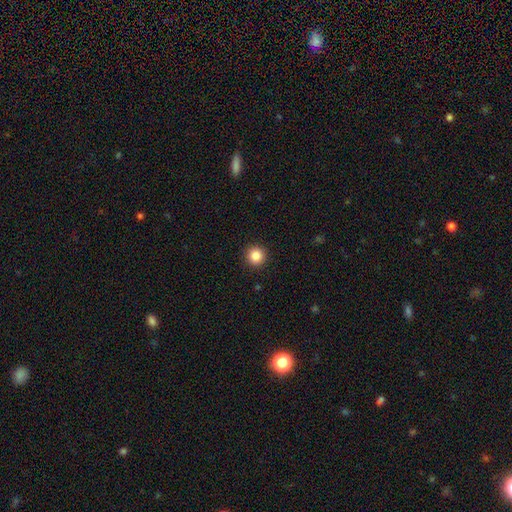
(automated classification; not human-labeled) smooth_or_featured: smooth (p=0.85) [alt: star or artifact p=0.11]
how_rounded: round (p=0.95) [alt: in between p=0.04]
merging: none (p=0.93) [alt: minor disturbance p=0.04]